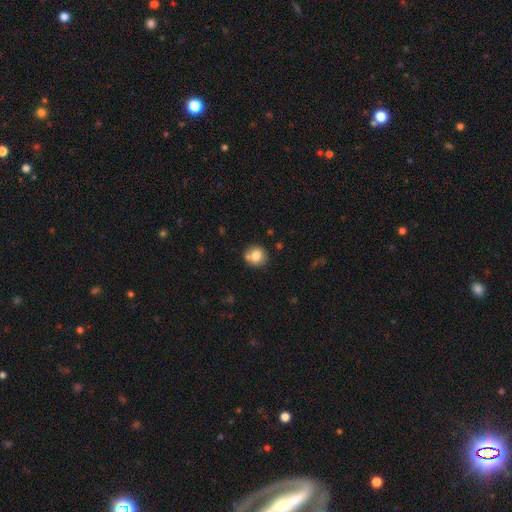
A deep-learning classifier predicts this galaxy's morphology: type=smooth (78%); roundness=round (86%); merging=none (70%).